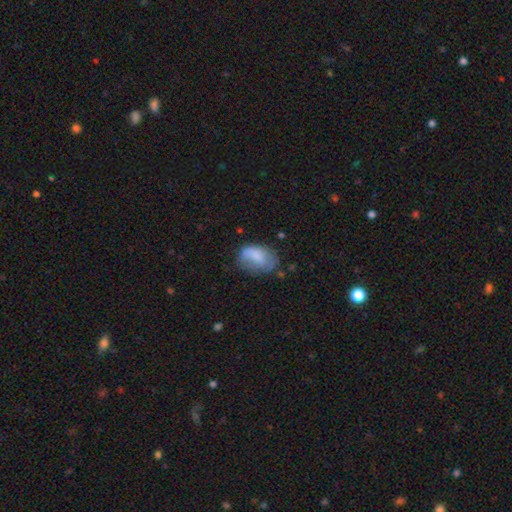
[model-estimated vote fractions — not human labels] Smooth or featured: smooth — 73% (featured or disk — 19%)
How rounded: in between — 84% (round — 14%)
Merging: none — 46% (minor disturbance — 33%)